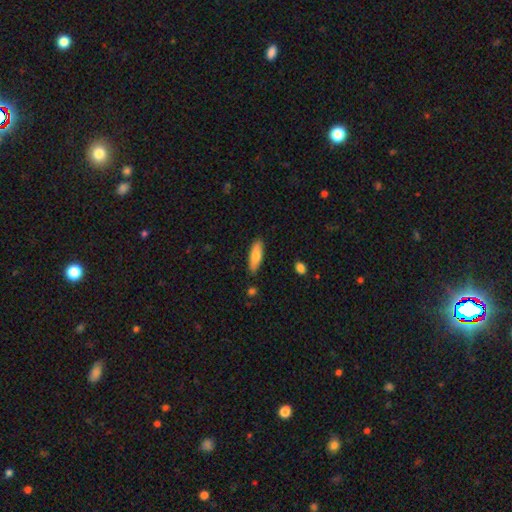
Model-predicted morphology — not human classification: smooth_or_featured: smooth (p=0.77) [alt: featured or disk p=0.17]
how_rounded: in between (p=0.51) [alt: cigar-shaped p=0.47]
merging: none (p=0.84) [alt: minor disturbance p=0.12]